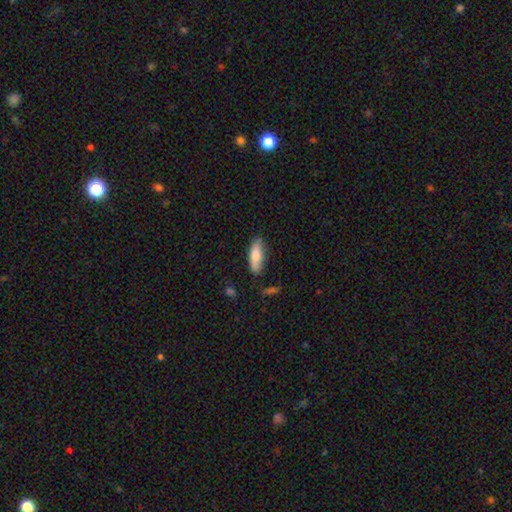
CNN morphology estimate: Smooth or featured? Predicted: smooth (p=0.79). How rounded? Predicted: in between (p=0.65). Merging? Predicted: none (p=0.74).